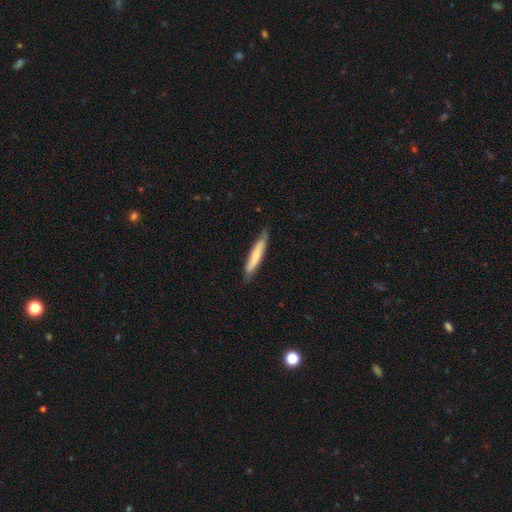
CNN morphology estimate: A smooth galaxy with no disk features (63%) that is cigar-shaped (88%).

Vote fractions:
- Smooth or featured? smooth: 63% / featured or disk: 32% / star or artifact: 5%
- How rounded? cigar-shaped: 88% / in between: 10% / round: 1%
- Merging? none: 79% / minor disturbance: 17% / major disturbance: 2% / merger: 1%